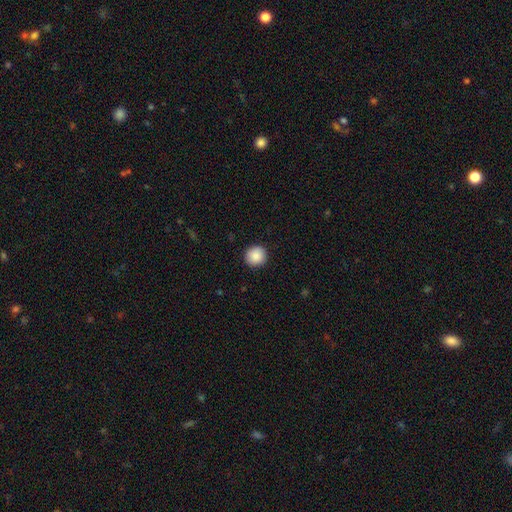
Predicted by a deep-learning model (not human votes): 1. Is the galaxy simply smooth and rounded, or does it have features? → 89% smooth, 8% star or artifact, 3% featured or disk.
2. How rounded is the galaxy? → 93% round, 7% in between, 1% cigar-shaped.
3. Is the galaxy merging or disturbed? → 92% none, 5% minor disturbance, 2% major disturbance, 1% merger.